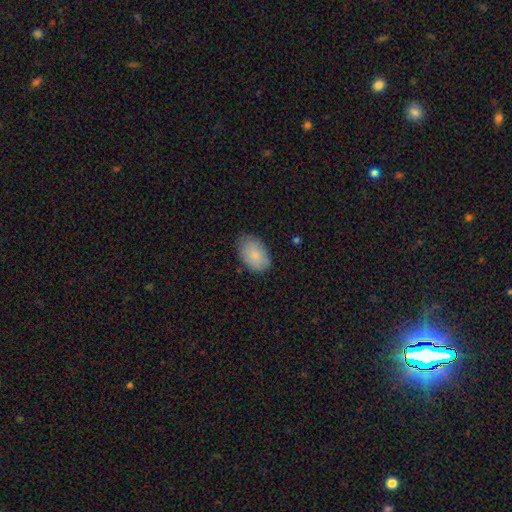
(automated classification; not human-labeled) Smooth or featured? Predicted: smooth (p=0.84). How rounded? Predicted: in between (p=0.88). Merging? Predicted: none (p=0.75).